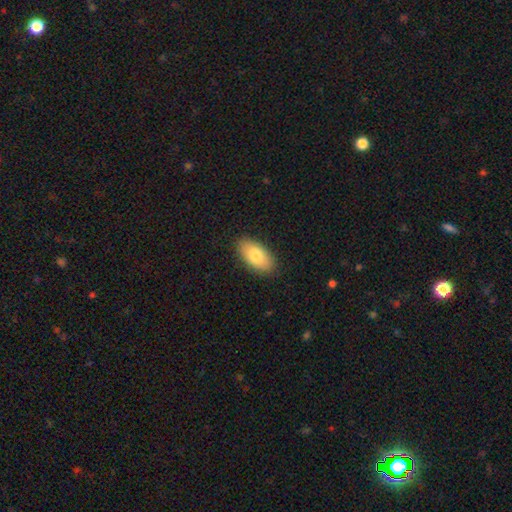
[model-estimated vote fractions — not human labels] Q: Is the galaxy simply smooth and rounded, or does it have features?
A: smooth — 80%.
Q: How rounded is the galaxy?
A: in between — 94%.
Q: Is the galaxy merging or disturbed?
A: none — 88%.